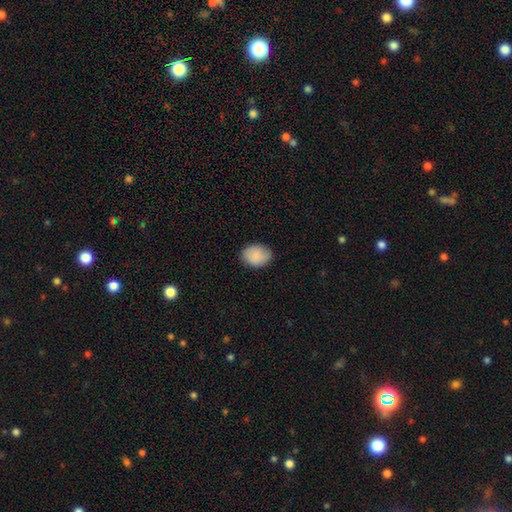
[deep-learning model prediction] The model was most divided on "how rounded": in between: 67%, round: 32%, cigar-shaped: 1%. More confident: smooth or featured — smooth (88%); merging — none (83%).